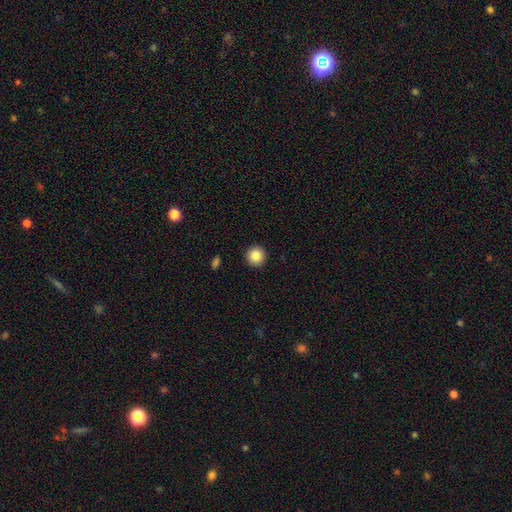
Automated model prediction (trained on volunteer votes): smooth 85%, star or artifact 9%, featured or disk 6%. Down the decision tree: how rounded — round (95%); merging — none (93%).